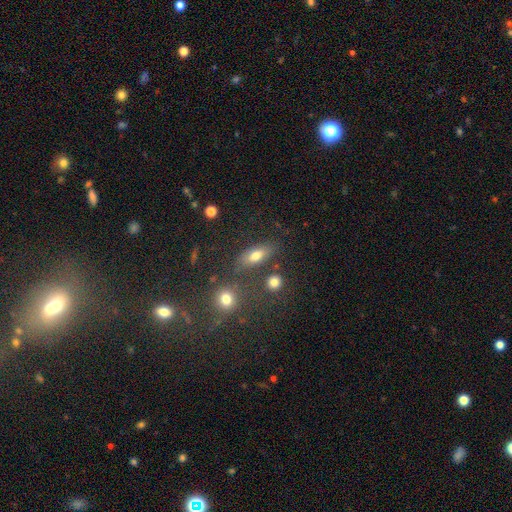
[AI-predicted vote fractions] smooth 72%, featured or disk 16%, star or artifact 13%. Down the decision tree: how rounded — in between (72%); merging — none (72%).